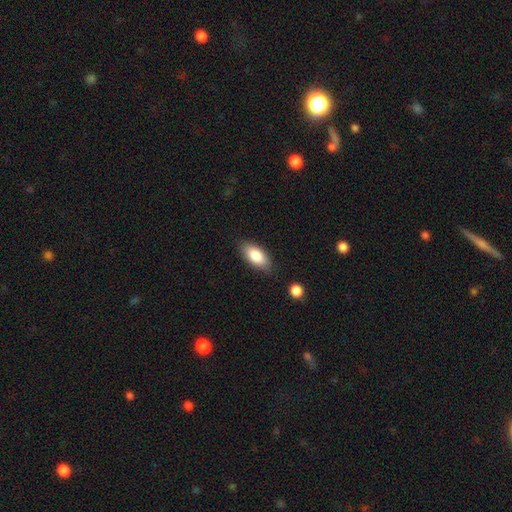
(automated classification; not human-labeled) Smooth or featured? smooth (84%)
How rounded? in between (89%)
Merging? none (83%)